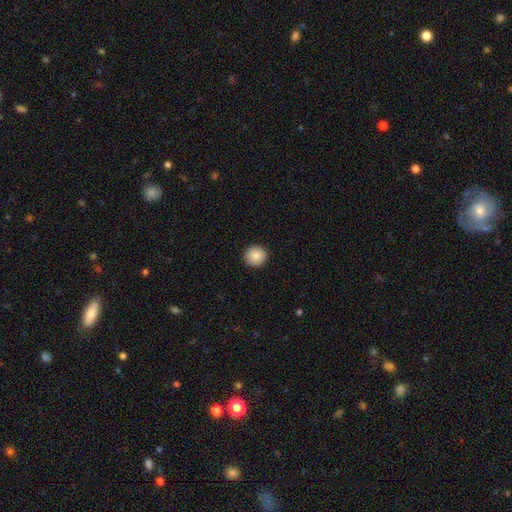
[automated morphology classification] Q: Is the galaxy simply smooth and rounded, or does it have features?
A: smooth — 87%.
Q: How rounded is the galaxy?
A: round — 92%.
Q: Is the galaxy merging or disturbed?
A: none — 92%.